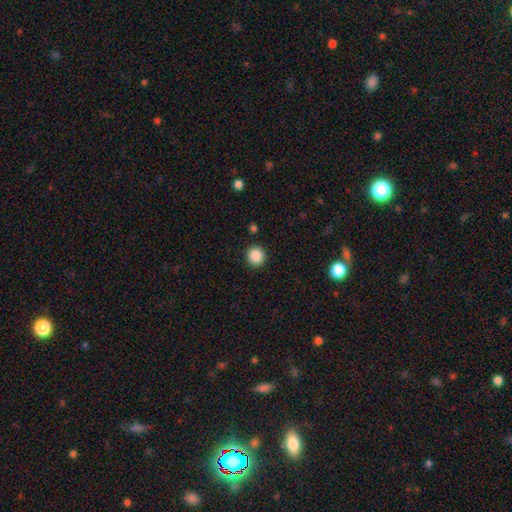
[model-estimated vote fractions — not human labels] smooth_or_featured: smooth (p=0.87) [alt: star or artifact p=0.10]
how_rounded: round (p=0.92) [alt: in between p=0.07]
merging: none (p=0.91) [alt: minor disturbance p=0.05]